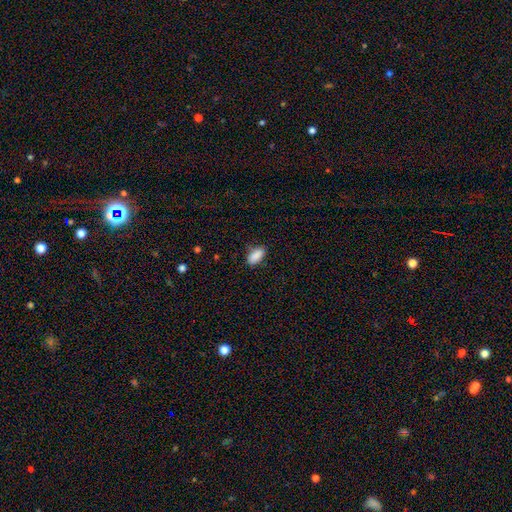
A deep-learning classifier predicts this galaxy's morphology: A smooth galaxy with no disk features (89%) that is in between round and cigar-shaped (89%). Merging: none (80%).